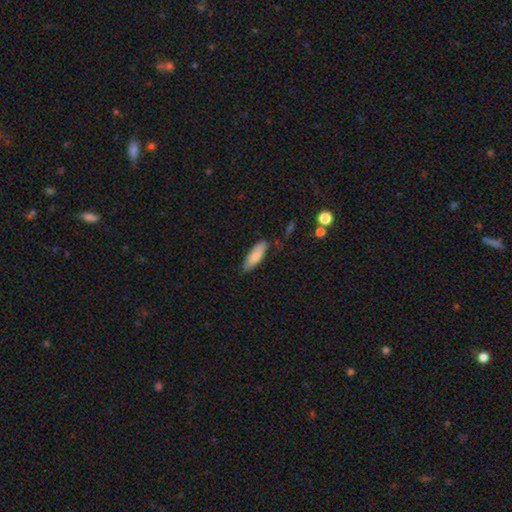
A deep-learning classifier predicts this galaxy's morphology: Smooth or featured: smooth — 81% (featured or disk — 13%)
How rounded: in between — 63% (cigar-shaped — 36%)
Merging: none — 78% (minor disturbance — 17%)